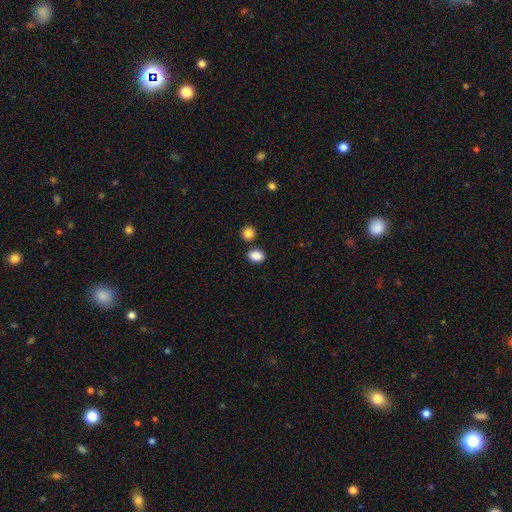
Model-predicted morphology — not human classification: Smooth or featured? smooth (87%)
How rounded? in between (72%)
Merging? none (80%)